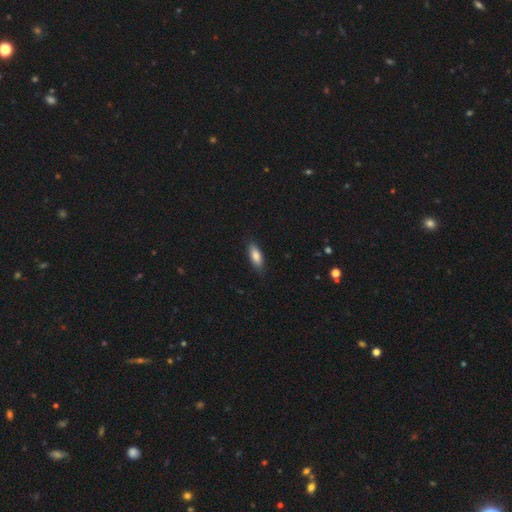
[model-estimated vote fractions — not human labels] The model was most divided on "how rounded": in between: 71%, cigar-shaped: 27%, round: 2%. More confident: merging — none (83%); smooth or featured — smooth (82%).